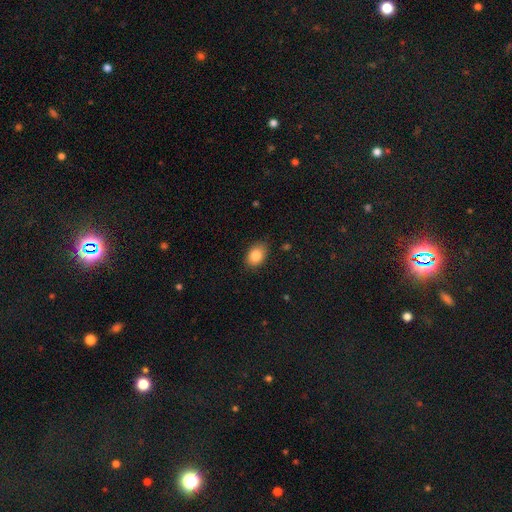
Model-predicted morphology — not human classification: smooth_or_featured: smooth (p=0.84) [alt: star or artifact p=0.08]
how_rounded: in between (p=0.79) [alt: round p=0.20]
merging: none (p=0.83) [alt: minor disturbance p=0.14]